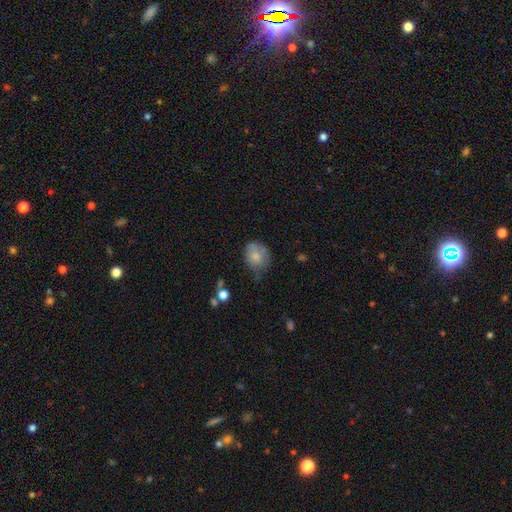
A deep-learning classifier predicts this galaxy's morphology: smooth_or_featured: smooth (p=0.77) [alt: featured or disk p=0.15]
how_rounded: round (p=0.61) [alt: in between p=0.38]
merging: none (p=0.48) [alt: minor disturbance p=0.36]